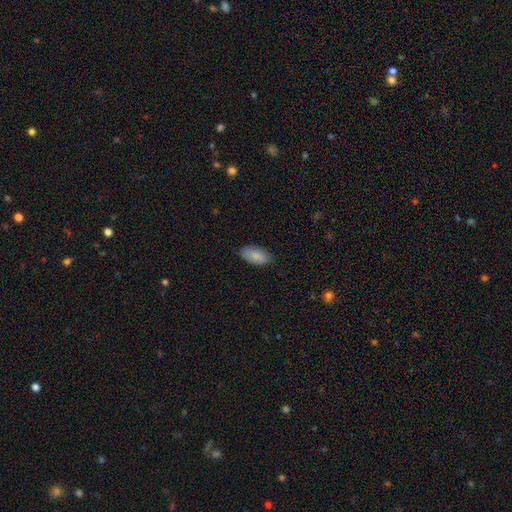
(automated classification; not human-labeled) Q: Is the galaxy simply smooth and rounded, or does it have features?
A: smooth — 85%.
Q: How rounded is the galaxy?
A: in between — 94%.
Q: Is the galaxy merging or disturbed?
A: none — 83%.